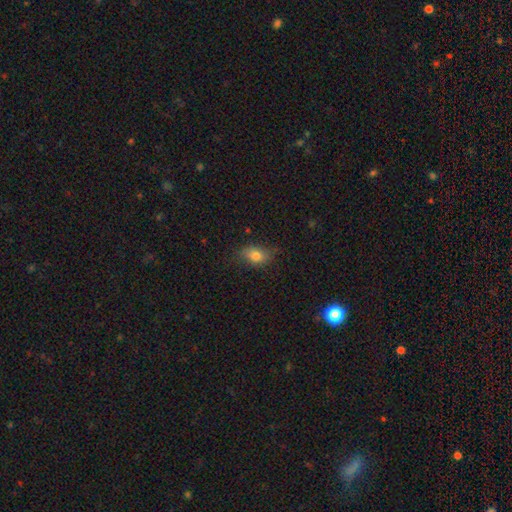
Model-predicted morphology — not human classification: Smooth or featured?
  - smooth: 80% *
  - featured or disk: 10%
  - star or artifact: 10%
How rounded?
  - in between: 79% *
  - round: 19%
  - cigar-shaped: 3%
Merging?
  - none: 71% *
  - minor disturbance: 22%
  - major disturbance: 6%
  - merger: 1%